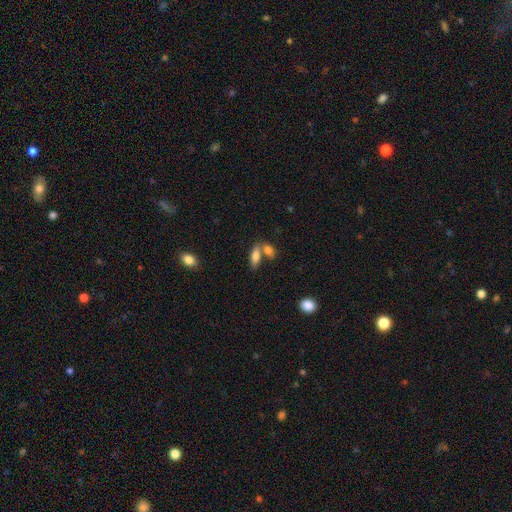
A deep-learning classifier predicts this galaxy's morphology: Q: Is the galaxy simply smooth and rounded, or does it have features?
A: smooth — 76%.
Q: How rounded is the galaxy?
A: in between — 71%.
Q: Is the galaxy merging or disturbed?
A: none — 49%.